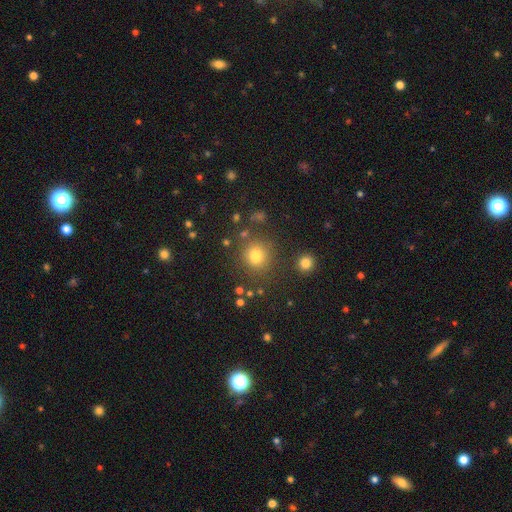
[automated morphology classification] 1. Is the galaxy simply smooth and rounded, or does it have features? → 77% smooth, 16% star or artifact, 6% featured or disk.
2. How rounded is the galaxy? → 80% round, 19% in between, 1% cigar-shaped.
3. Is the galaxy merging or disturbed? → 78% none, 11% minor disturbance, 7% merger, 5% major disturbance.